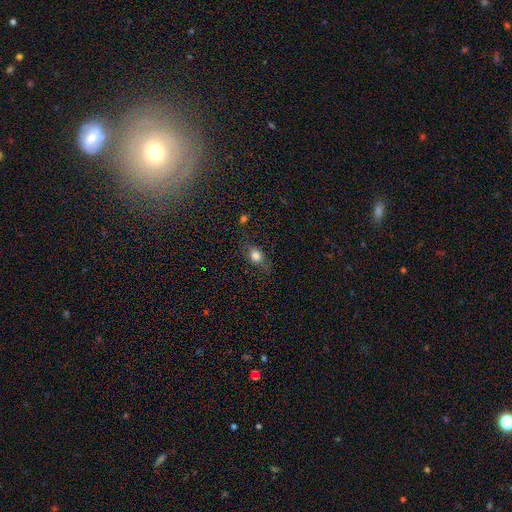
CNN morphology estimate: Smooth or featured? Predicted: smooth (p=0.75). How rounded? Predicted: in between (p=0.56). Merging? Predicted: none (p=0.72).